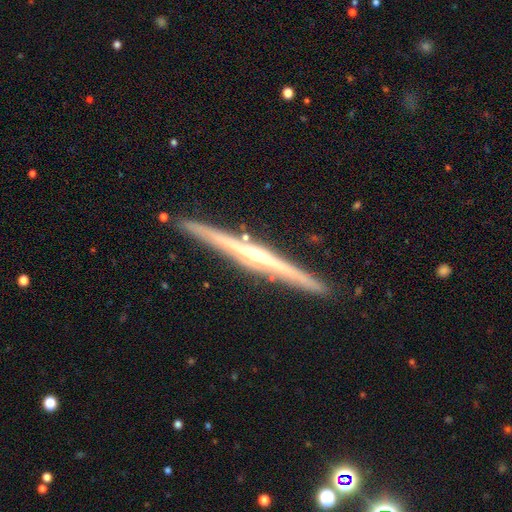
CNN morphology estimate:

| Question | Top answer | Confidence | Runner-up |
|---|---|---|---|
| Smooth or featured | featured or disk | 85% | smooth (10%) |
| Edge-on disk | yes | 98% | no (2%) |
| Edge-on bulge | rounded | 76% | none (17%) |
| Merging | none | 91% | minor disturbance (6%) |